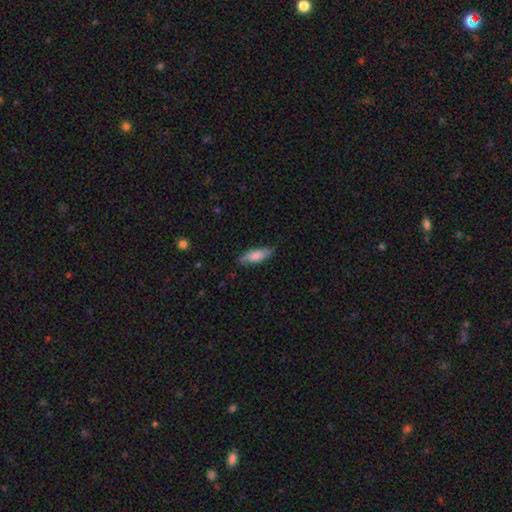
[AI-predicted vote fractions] A smooth galaxy with no disk features (79%) that is in between round and cigar-shaped (59%).

Vote fractions:
- Smooth or featured? smooth: 79% / featured or disk: 15% / star or artifact: 6%
- How rounded? in between: 59% / cigar-shaped: 39% / round: 2%
- Merging? none: 79% / minor disturbance: 17% / major disturbance: 3% / merger: 1%